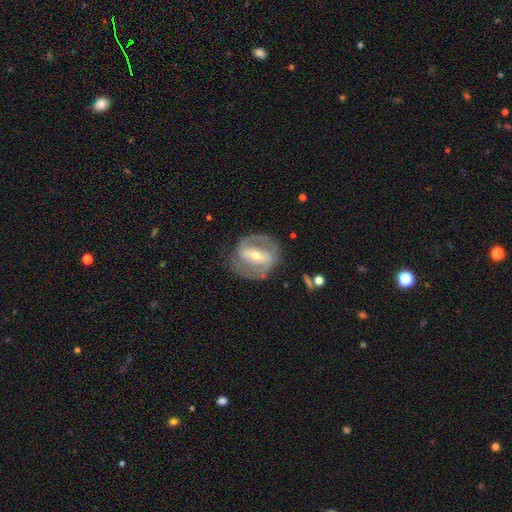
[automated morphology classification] A featured or disk galaxy (84%) with a strong bar (60%), 2 (84%) medium (46%) spiral arms (85%) and a small central bulge (49%). Merging: none (76%).